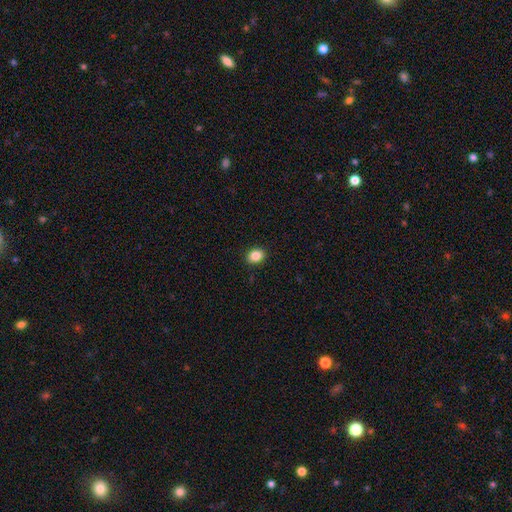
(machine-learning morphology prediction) Smooth or featured: smooth — 87% (star or artifact — 9%)
How rounded: in between — 56% (round — 43%)
Merging: none — 91% (minor disturbance — 7%)